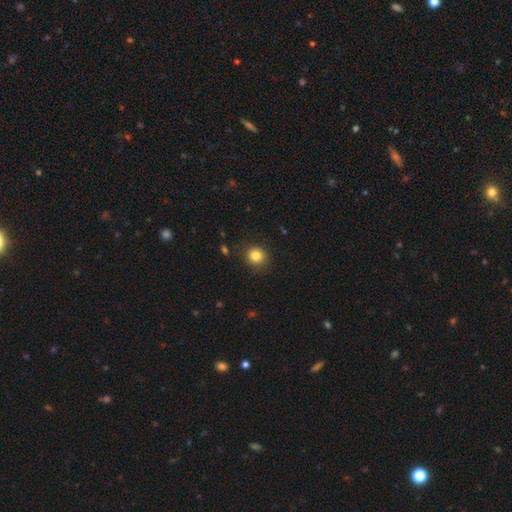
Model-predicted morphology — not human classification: smooth 82%, star or artifact 11%, featured or disk 6%. Down the decision tree: how rounded — round (84%); merging — none (86%).